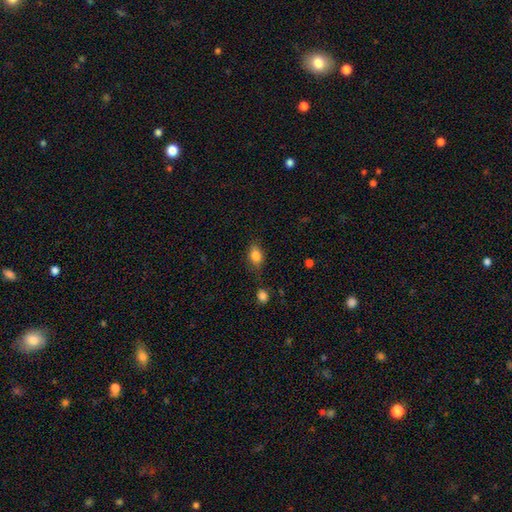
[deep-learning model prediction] smooth-or-featured: smooth: 82% | star or artifact: 9% | featured or disk: 8%
  how-rounded: in between: 79% | round: 18% | cigar-shaped: 3%
  merging: none: 73% | minor disturbance: 19% | major disturbance: 4% | merger: 4%